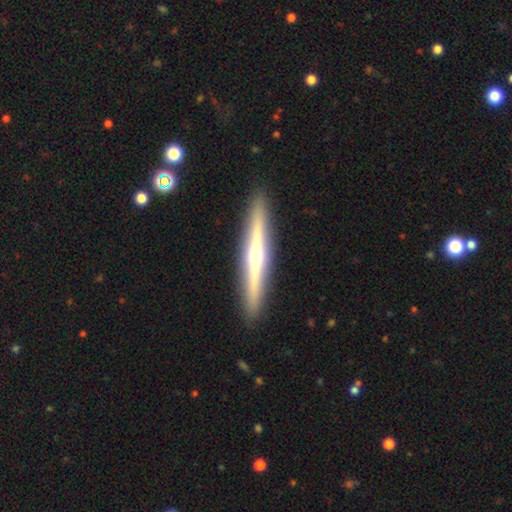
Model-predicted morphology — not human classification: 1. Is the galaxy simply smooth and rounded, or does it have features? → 71% featured or disk, 24% smooth, 5% star or artifact.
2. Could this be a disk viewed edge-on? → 97% yes, 3% no.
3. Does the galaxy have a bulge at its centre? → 85% rounded, 12% none, 3% boxy.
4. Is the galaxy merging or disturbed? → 92% none, 6% minor disturbance, 1% major disturbance, 1% merger.